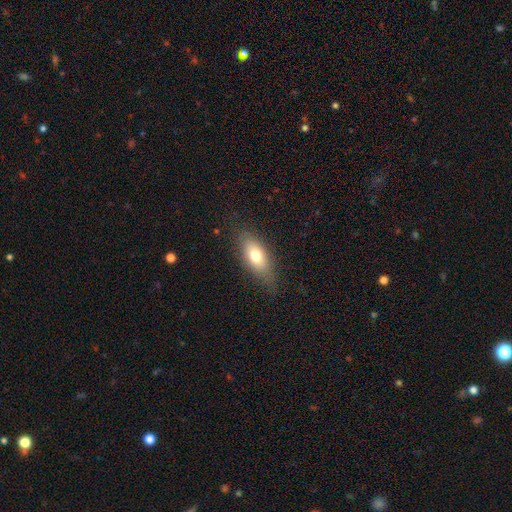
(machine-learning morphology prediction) This is likely a smooth galaxy (72%). How rounded: clearly in between (82%). Merging: likely none (76%).